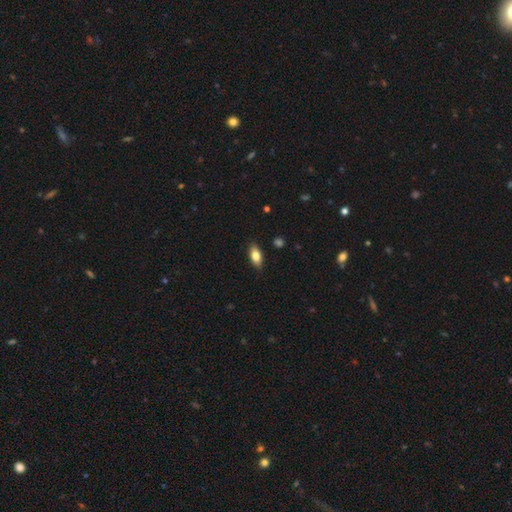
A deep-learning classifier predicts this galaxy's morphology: A smooth galaxy with no disk features (78%) that is in between round and cigar-shaped (85%).

Vote fractions:
- Smooth or featured? smooth: 78% / featured or disk: 15% / star or artifact: 7%
- How rounded? in between: 85% / cigar-shaped: 11% / round: 3%
- Merging? none: 87% / minor disturbance: 10% / major disturbance: 2% / merger: 1%